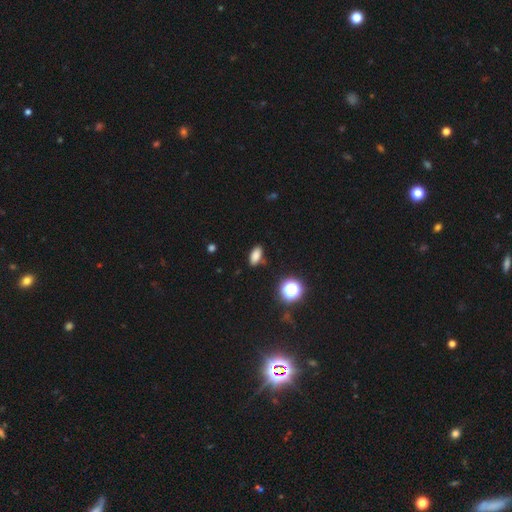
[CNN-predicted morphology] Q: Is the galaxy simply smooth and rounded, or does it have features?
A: smooth — 81%.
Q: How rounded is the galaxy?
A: in between — 85%.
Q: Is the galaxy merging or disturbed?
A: none — 83%.